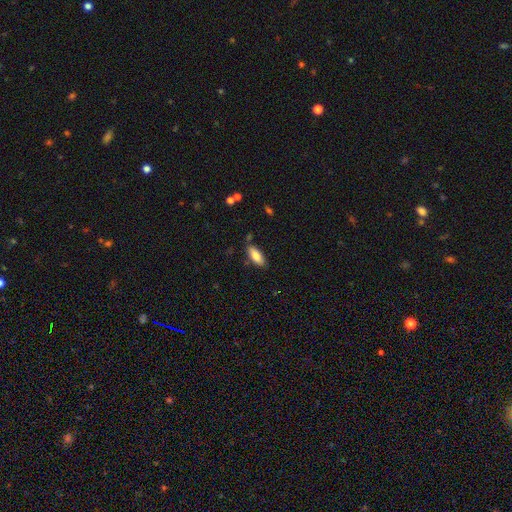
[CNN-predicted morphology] A smooth galaxy with no disk features (82%) that is in between round and cigar-shaped (78%).

Vote fractions:
- Smooth or featured? smooth: 82% / featured or disk: 11% / star or artifact: 7%
- How rounded? in between: 78% / cigar-shaped: 21% / round: 2%
- Merging? none: 83% / minor disturbance: 12% / merger: 3% / major disturbance: 2%